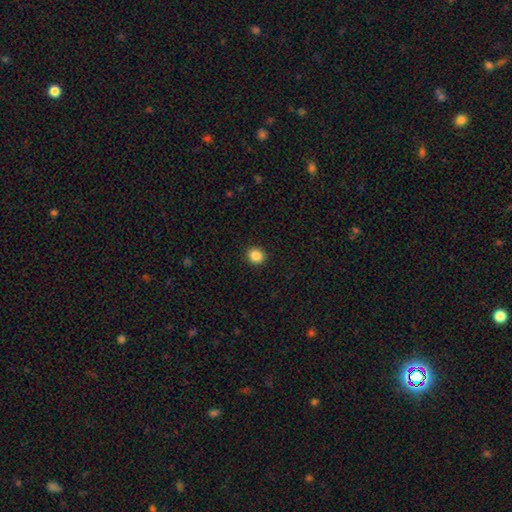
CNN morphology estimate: Overall: smooth (86%). How rounded: round (85%). Merging: none (92%).